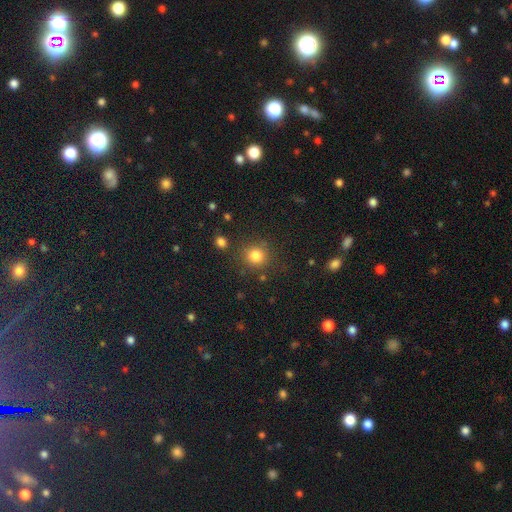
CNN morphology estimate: This is clearly a smooth galaxy (82%). How rounded: clearly round (90%). Merging: clearly none (82%).